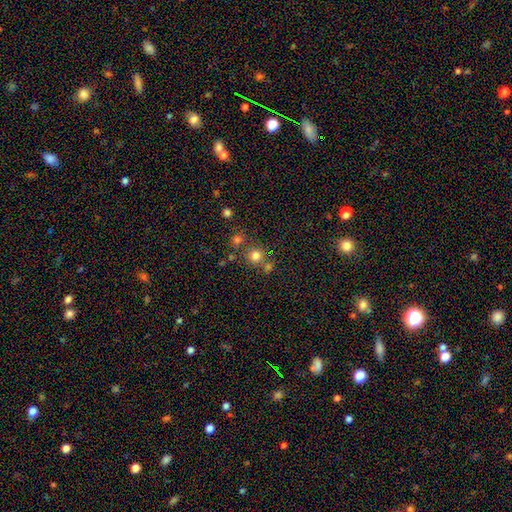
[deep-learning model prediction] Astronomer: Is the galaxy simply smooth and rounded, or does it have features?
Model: smooth — 76%.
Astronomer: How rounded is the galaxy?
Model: round — 92%.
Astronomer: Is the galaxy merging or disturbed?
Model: none — 71%.